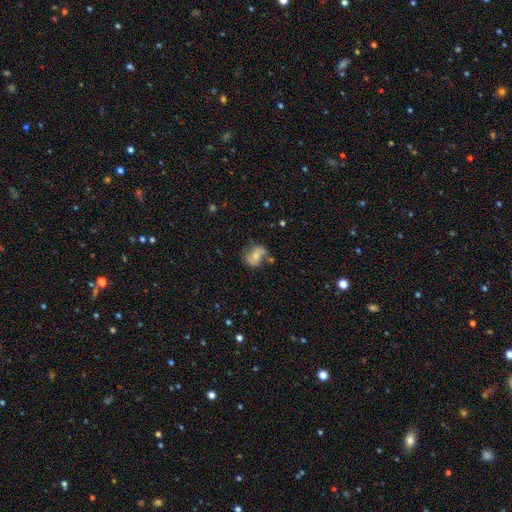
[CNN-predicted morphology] featured or disk 51%, smooth 40%, star or artifact 9%. Down the decision tree: edge-on disk — no (97%); merging — none (53%).